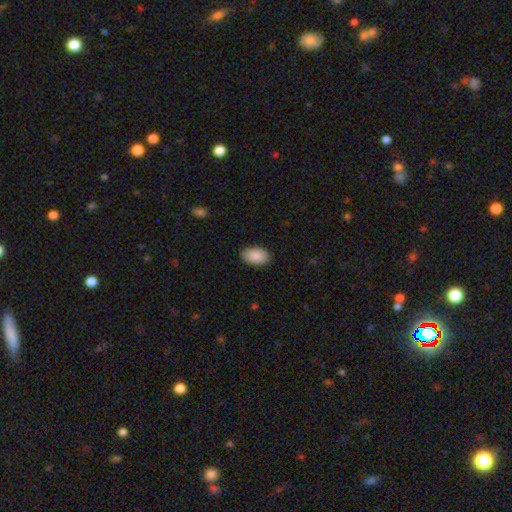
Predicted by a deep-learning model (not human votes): Smooth or featured: smooth — 90% (star or artifact — 6%)
How rounded: in between — 94% (round — 4%)
Merging: none — 89% (minor disturbance — 8%)